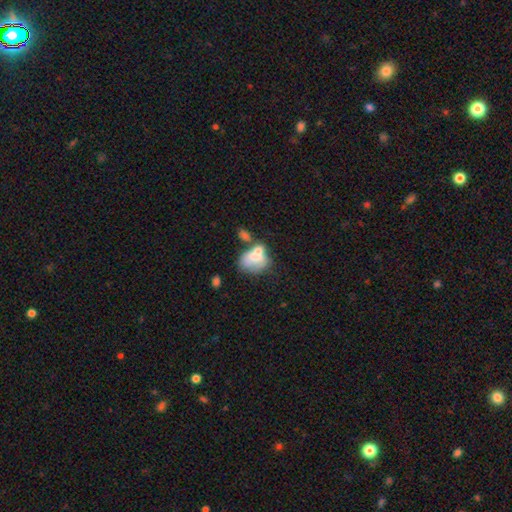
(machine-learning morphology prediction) type=smooth (60%); roundness=in between (71%); merging=merger (48%).